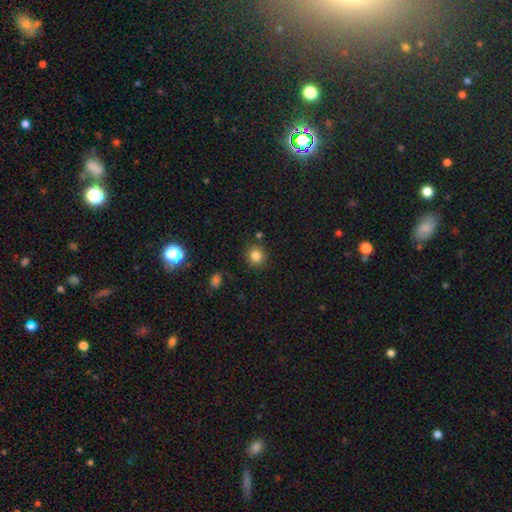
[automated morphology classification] type=smooth (82%); roundness=round (88%); merging=none (84%).